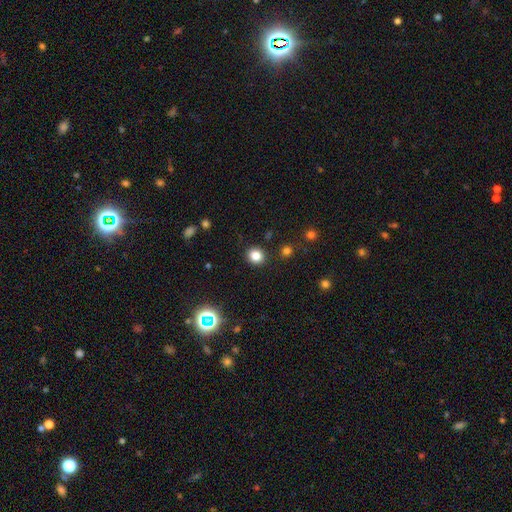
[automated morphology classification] Smooth or featured? smooth (82%)
How rounded? round (83%)
Merging? none (90%)